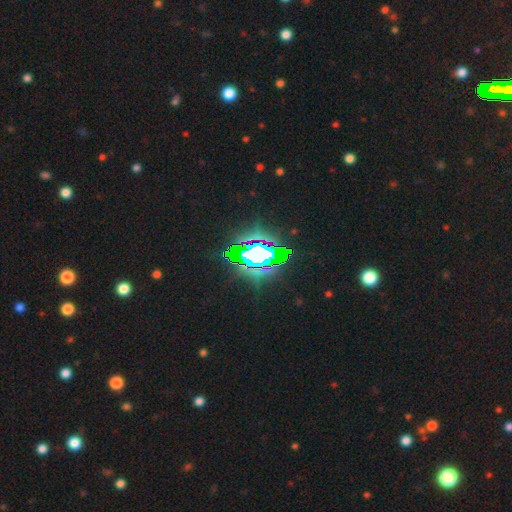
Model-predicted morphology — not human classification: smooth-or-featured: star or artifact: 74% | featured or disk: 14% | smooth: 12%